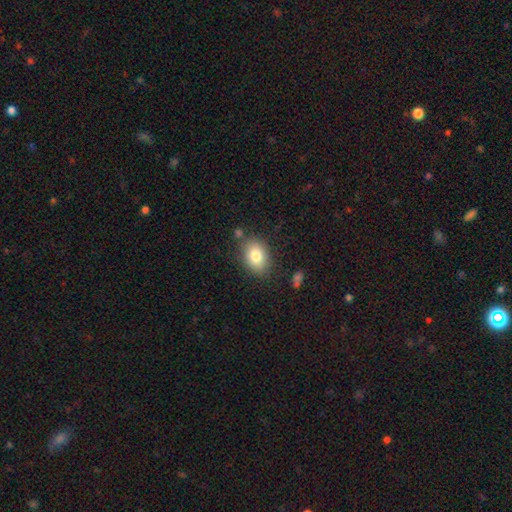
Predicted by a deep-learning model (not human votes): Smooth or featured? Predicted: smooth (p=0.81). How rounded? Predicted: in between (p=0.77). Merging? Predicted: none (p=0.78).